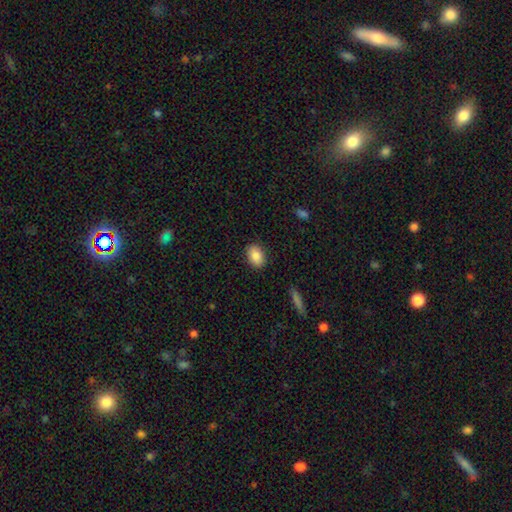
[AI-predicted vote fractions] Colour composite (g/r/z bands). It shows a smooth galaxy with no disk features (87%) that is in between round and cigar-shaped (81%). Merging: none (88%).